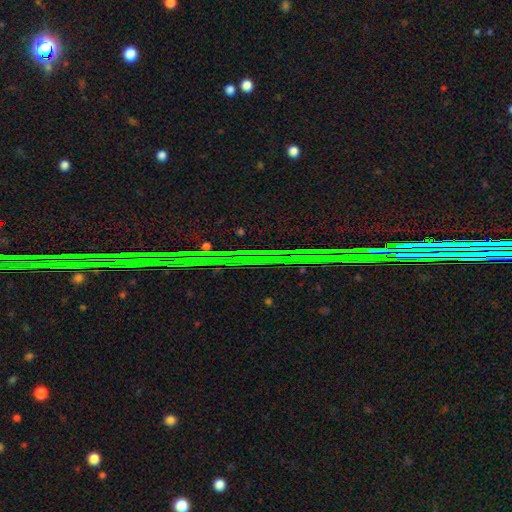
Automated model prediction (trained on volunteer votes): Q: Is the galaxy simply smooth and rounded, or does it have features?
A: star or artifact — 87%.